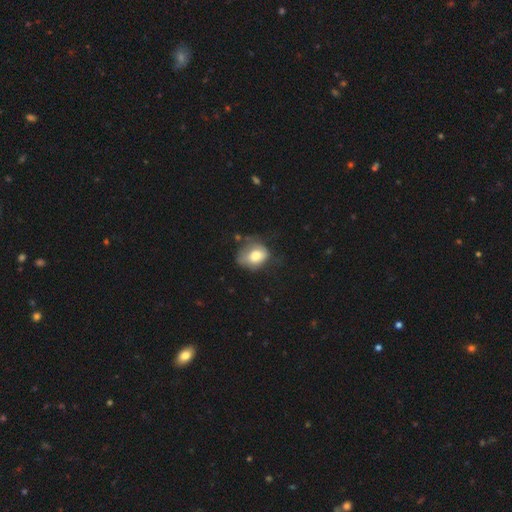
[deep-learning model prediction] Smooth or featured?
  - smooth: 71% *
  - featured or disk: 21%
  - star or artifact: 8%
How rounded?
  - in between: 56% *
  - round: 43%
  - cigar-shaped: 1%
Merging?
  - none: 37% *
  - minor disturbance: 36%
  - major disturbance: 24%
  - merger: 4%